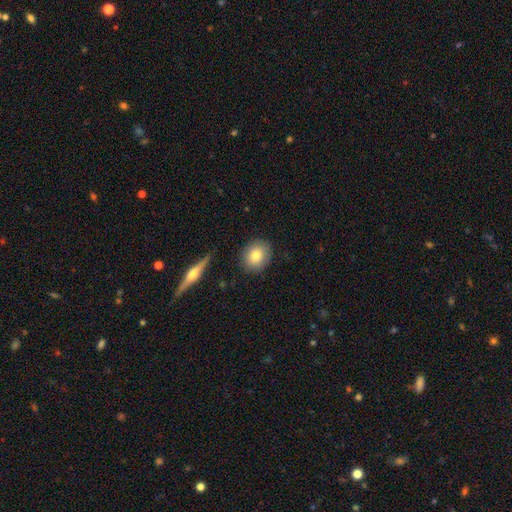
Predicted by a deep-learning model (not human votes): The model was most divided on "how rounded": round: 72%, in between: 27%, cigar-shaped: 2%. More confident: merging — none (86%); smooth or featured — smooth (81%).